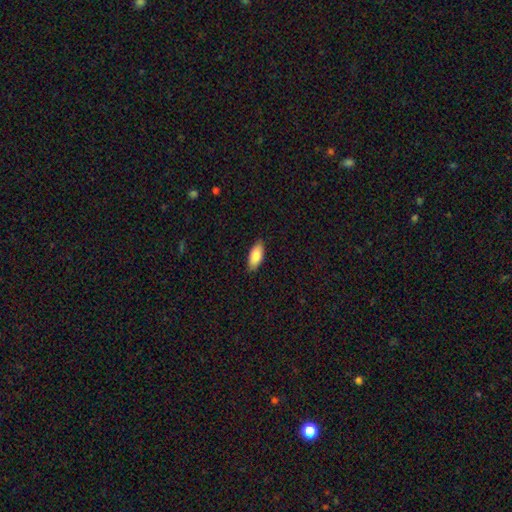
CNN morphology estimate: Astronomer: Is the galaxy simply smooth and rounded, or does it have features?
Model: smooth — 82%.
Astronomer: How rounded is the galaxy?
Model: in between — 86%.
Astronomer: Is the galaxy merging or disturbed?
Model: none — 87%.